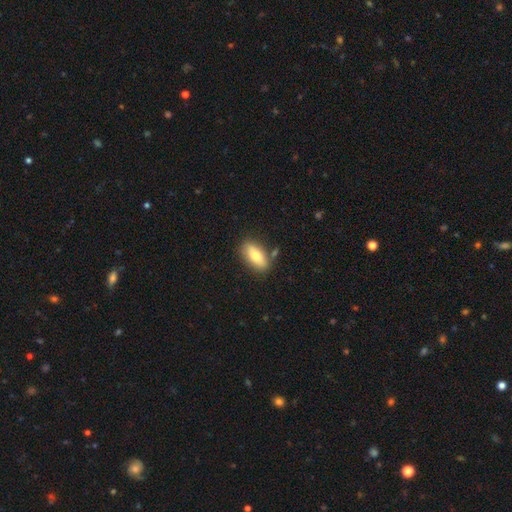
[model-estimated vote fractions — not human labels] Overall: smooth (75%). How rounded: in between (82%). Merging: none (80%).